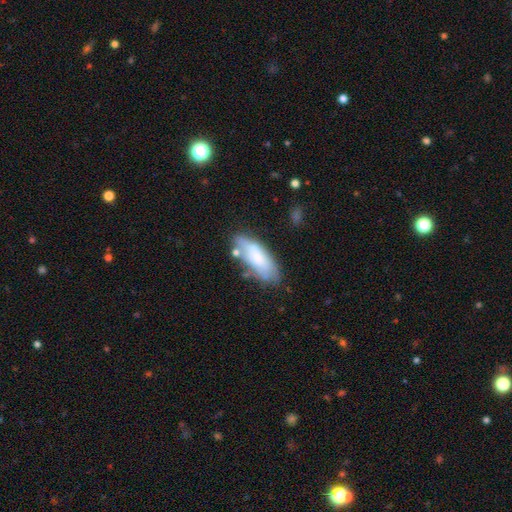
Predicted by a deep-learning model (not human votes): Smooth or featured?
  - smooth: 67% *
  - featured or disk: 25%
  - star or artifact: 8%
How rounded?
  - in between: 72% *
  - cigar-shaped: 26%
  - round: 2%
Merging?
  - none: 57% *
  - minor disturbance: 25%
  - merger: 10%
  - major disturbance: 9%